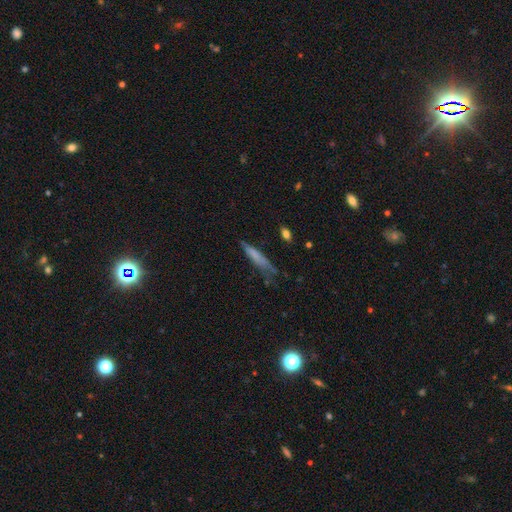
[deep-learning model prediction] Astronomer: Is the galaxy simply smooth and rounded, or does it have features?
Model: smooth — 63%.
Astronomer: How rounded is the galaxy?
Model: cigar-shaped — 86%.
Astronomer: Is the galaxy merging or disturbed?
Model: none — 51% (runner-up: minor disturbance, 31%).